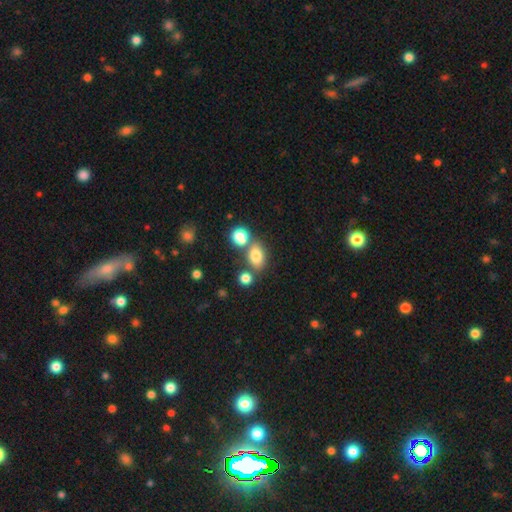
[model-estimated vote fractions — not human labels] This is likely a smooth galaxy (78%). How rounded: likely in between (73%). Merging: likely none (60%).